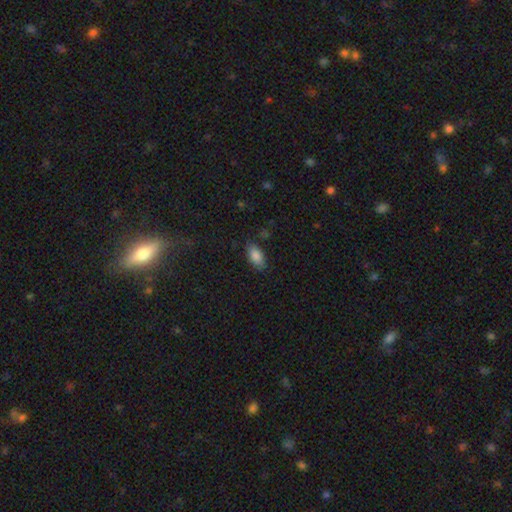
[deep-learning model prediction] This is clearly a smooth galaxy (85%). How rounded: clearly in between (91%). Merging: clearly none (81%).